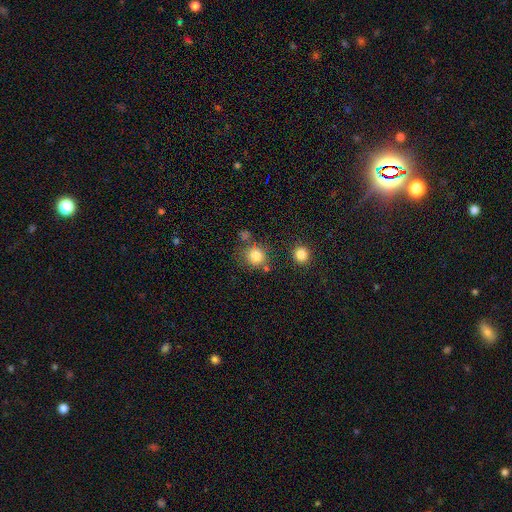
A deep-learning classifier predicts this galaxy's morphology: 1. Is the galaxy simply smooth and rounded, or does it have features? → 82% smooth, 12% star or artifact, 6% featured or disk.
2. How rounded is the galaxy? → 86% round, 13% in between, 1% cigar-shaped.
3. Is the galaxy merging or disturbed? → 70% none, 13% minor disturbance, 12% merger, 5% major disturbance.